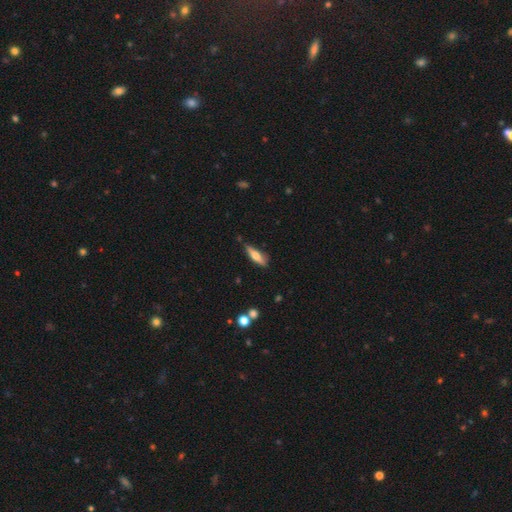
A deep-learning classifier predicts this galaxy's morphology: Smooth or featured? smooth (52%)
How rounded? cigar-shaped (64%)
Merging? none (75%)